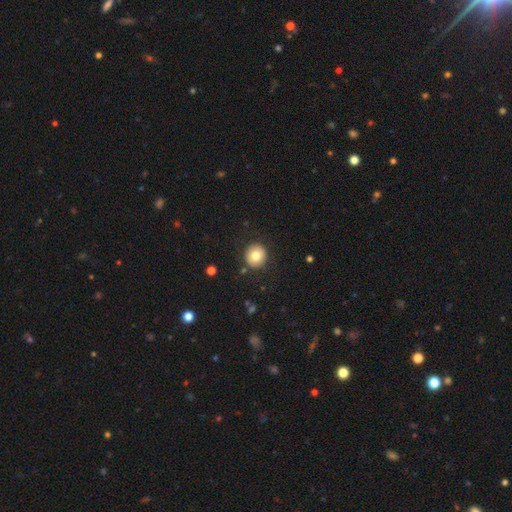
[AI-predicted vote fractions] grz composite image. It shows a smooth galaxy with no disk features (78%) that is round (91%). Merging: none (89%).